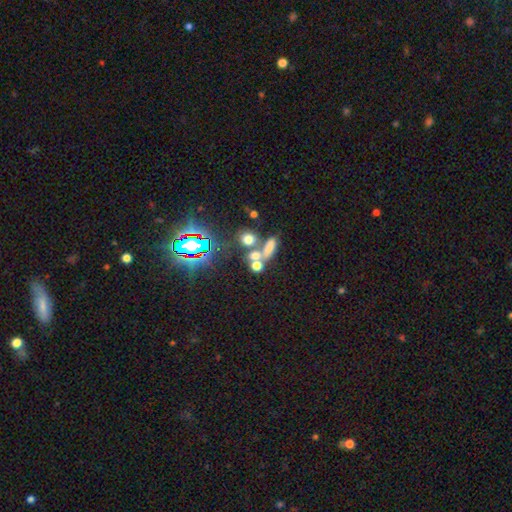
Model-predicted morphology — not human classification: This appears to be a smooth galaxy with no disk features (57%) that is round (48%). Merging: merger (46%).